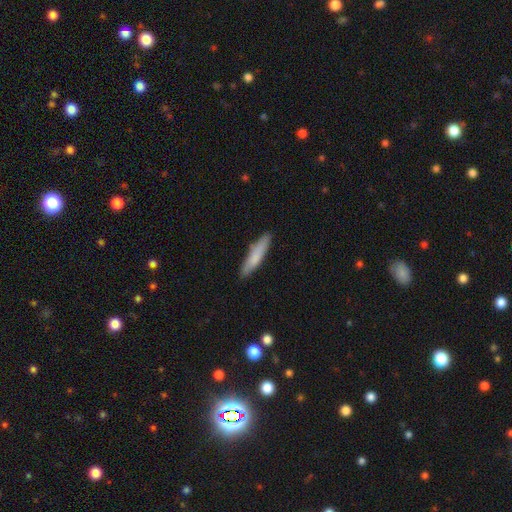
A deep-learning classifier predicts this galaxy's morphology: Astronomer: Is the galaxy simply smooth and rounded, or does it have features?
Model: smooth — 78%.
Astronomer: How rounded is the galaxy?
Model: cigar-shaped — 87%.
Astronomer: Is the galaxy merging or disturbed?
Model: none — 86%.